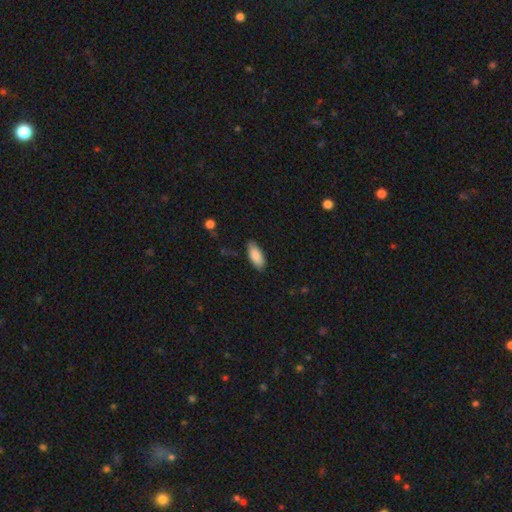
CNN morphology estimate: Smooth or featured? Predicted: smooth (p=0.86). How rounded? Predicted: in between (p=0.87). Merging? Predicted: none (p=0.81).